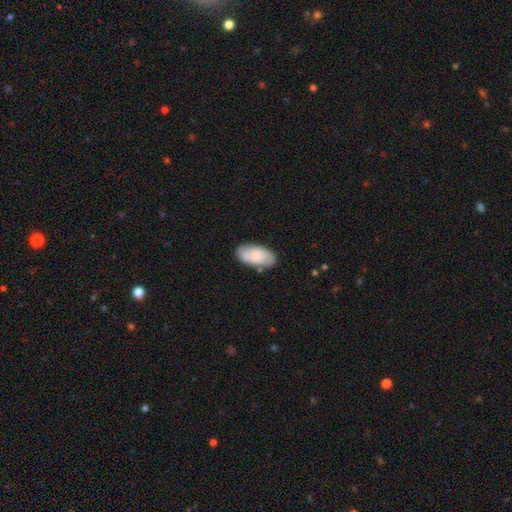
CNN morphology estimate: smooth 71%, featured or disk 23%, star or artifact 6%. Down the decision tree: how rounded — in between (94%); merging — none (75%).